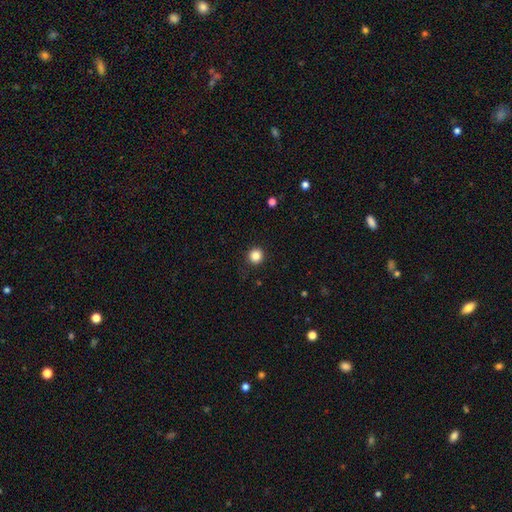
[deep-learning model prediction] Smooth or featured: smooth — 85% (star or artifact — 11%)
How rounded: round — 94% (in between — 5%)
Merging: none — 91% (minor disturbance — 6%)